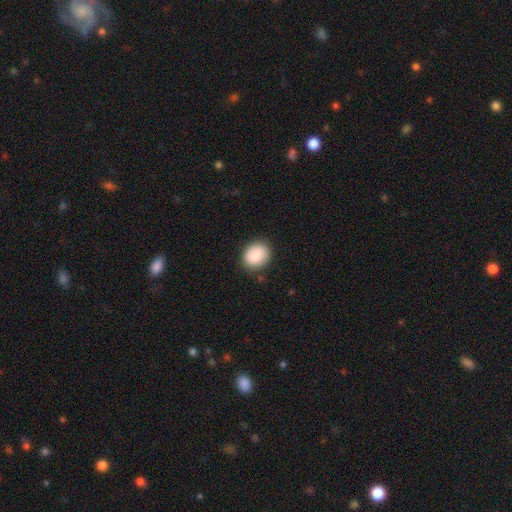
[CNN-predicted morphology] Q: Smooth or featured?
A: smooth (88%); runner-up: star or artifact (7%)
Q: How rounded?
A: round (54%); runner-up: in between (45%)
Q: Merging?
A: none (87%); runner-up: minor disturbance (9%)